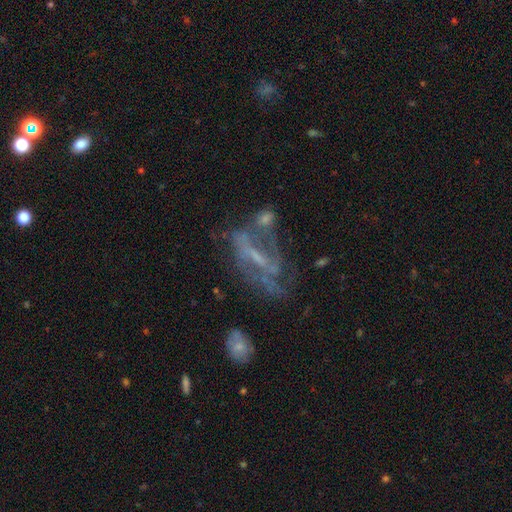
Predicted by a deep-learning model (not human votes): Smooth or featured?
  - featured or disk: 69% *
  - smooth: 16%
  - star or artifact: 15%
Edge-on disk?
  - no: 87% *
  - yes: 13%
Bar?
  - weak: 37% *
  - strong: 32%
  - no: 31%
Spiral arms?
  - yes: 56% *
  - no: 44%
Bulge size?
  - small: 46% *
  - none: 32%
  - moderate: 19%
  - large: 2%
  - dominant: 1%
Merging?
  - none: 37% *
  - major disturbance: 28%
  - minor disturbance: 18%
  - merger: 17%